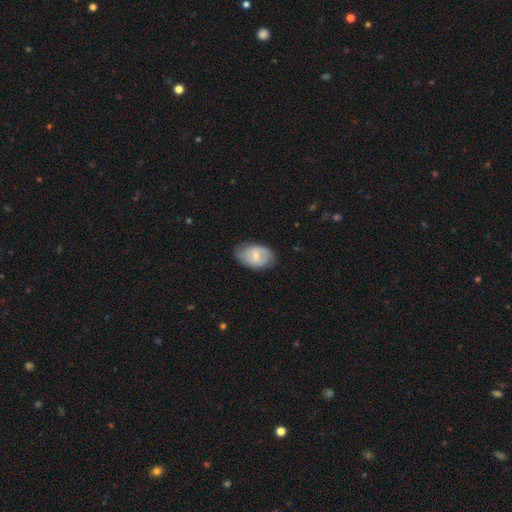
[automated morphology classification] This appears to be a smooth galaxy with no disk features (56%) that is in between round and cigar-shaped (87%). Merging: none (66%).